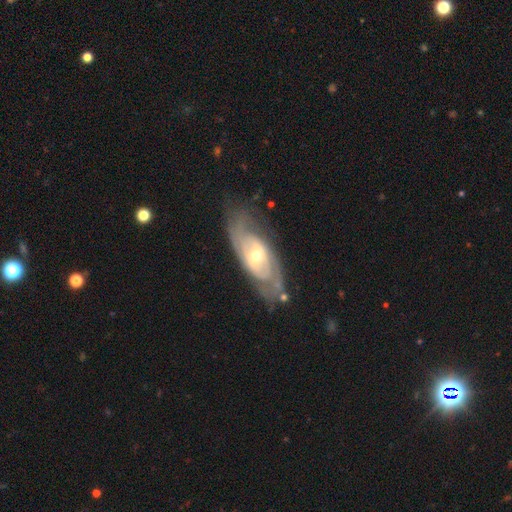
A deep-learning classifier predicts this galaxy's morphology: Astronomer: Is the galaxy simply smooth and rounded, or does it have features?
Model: featured or disk — 81%.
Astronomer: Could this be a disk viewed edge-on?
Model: no — 90%.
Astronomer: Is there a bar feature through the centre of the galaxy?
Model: weak — 48% (runner-up: no, 33%).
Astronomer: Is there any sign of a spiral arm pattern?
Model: yes — 86%.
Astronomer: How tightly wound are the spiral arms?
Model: tight — 44% (runner-up: medium, 40%).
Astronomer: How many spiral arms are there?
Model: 2 — 63%.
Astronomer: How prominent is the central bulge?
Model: moderate — 52% (runner-up: small, 43%).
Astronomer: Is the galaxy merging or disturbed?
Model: none — 68%.